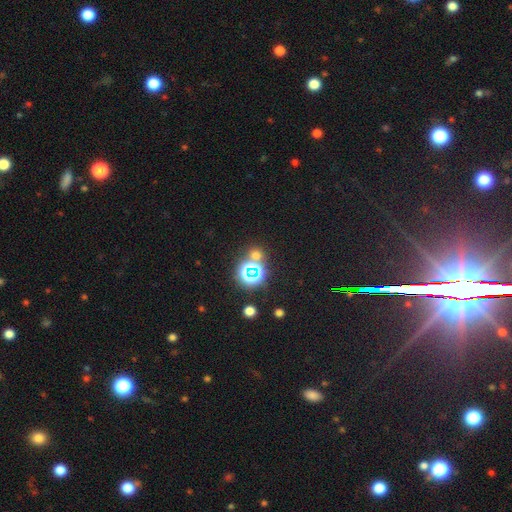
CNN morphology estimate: This is possibly a star or artifact rather than a galaxy (50%).